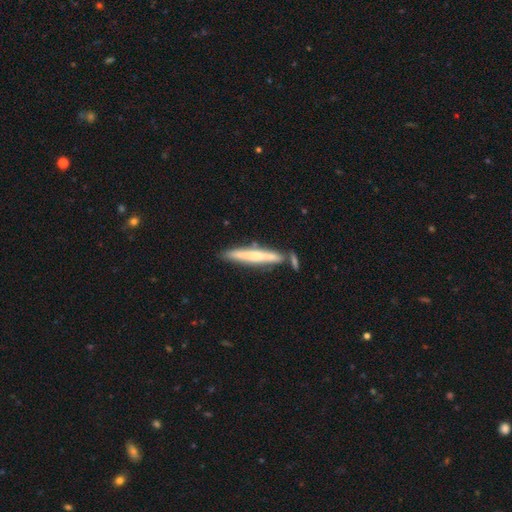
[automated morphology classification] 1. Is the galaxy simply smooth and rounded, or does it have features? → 49% smooth, 45% featured or disk, 6% star or artifact.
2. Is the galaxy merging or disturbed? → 70% none, 13% minor disturbance, 13% merger, 3% major disturbance.